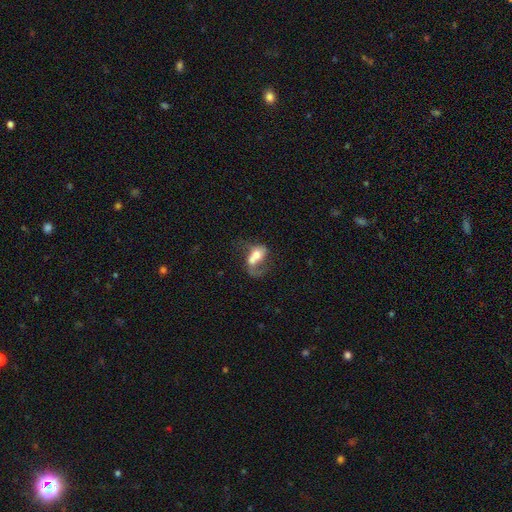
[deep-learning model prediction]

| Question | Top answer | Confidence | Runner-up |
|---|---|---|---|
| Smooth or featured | smooth | 46% | featured or disk (45%) |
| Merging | merger | 63% | major disturbance (17%) |